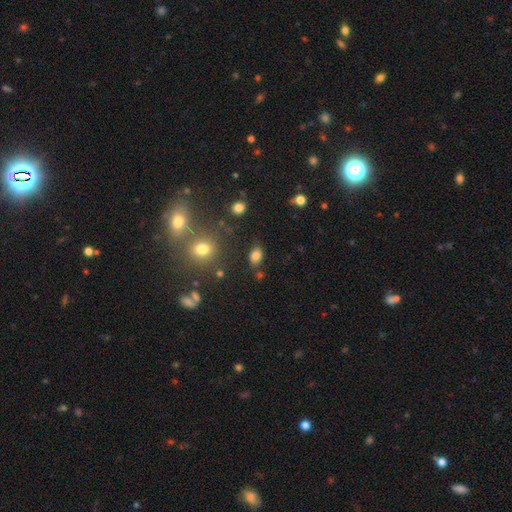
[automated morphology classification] A smooth galaxy with no disk features (80%) that is in between round and cigar-shaped (82%).

Vote fractions:
- Smooth or featured? smooth: 80% / star or artifact: 12% / featured or disk: 8%
- How rounded? in between: 82% / round: 16% / cigar-shaped: 2%
- Merging? none: 76% / minor disturbance: 14% / merger: 6% / major disturbance: 4%